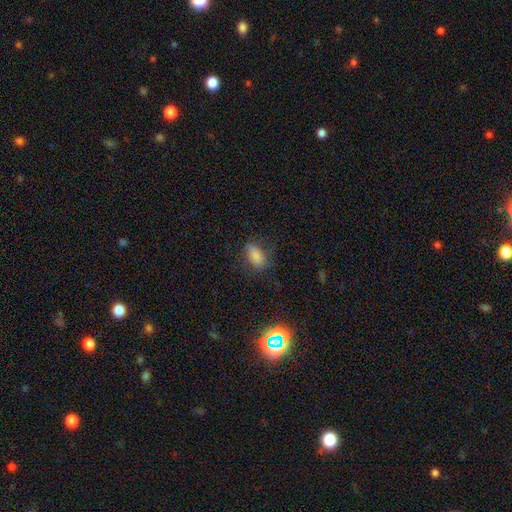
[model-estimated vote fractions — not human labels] Overall: smooth (68%). How rounded: in between (85%). Merging: none (72%).